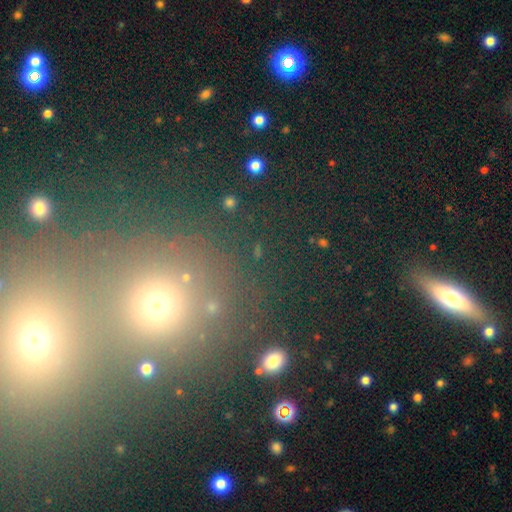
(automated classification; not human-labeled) Smooth or featured?
  - smooth: 44% *
  - star or artifact: 40%
  - featured or disk: 16%
Merging?
  - none: 67% *
  - merger: 21%
  - minor disturbance: 8%
  - major disturbance: 4%